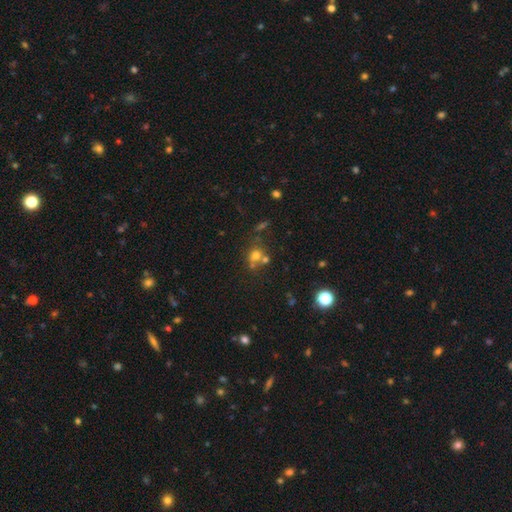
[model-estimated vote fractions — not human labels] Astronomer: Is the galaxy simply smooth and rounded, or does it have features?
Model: smooth — 63%.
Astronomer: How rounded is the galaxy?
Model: round — 76%.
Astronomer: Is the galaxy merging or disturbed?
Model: none — 48% (runner-up: merger, 36%).